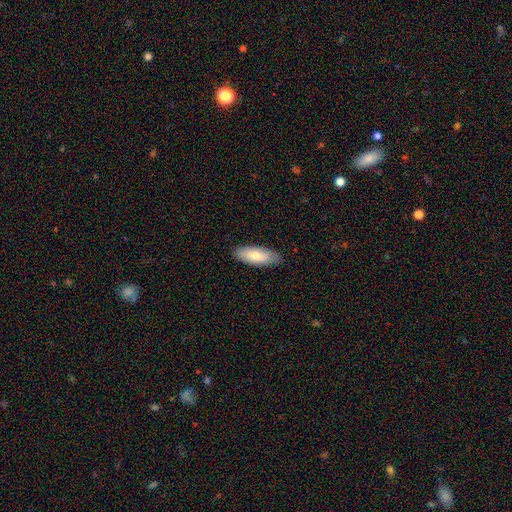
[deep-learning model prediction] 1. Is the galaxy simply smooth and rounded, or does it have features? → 78% smooth, 17% featured or disk, 5% star or artifact.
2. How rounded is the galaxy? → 74% in between, 25% cigar-shaped, 2% round.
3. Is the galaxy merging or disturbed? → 86% none, 11% minor disturbance, 2% major disturbance, 1% merger.